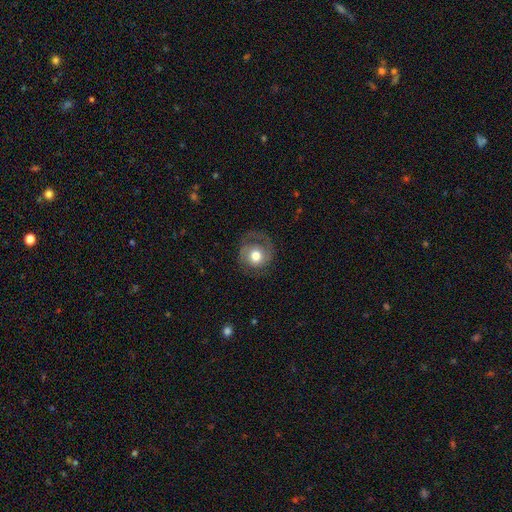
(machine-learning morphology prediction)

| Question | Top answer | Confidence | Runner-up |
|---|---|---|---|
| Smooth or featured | featured or disk | 47% | smooth (45%) |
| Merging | none | 61% | minor disturbance (19%) |